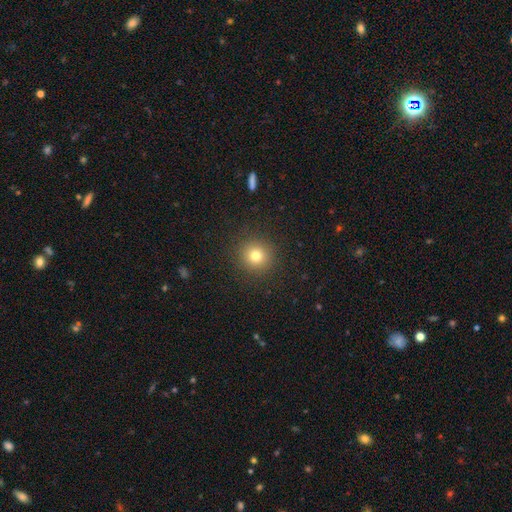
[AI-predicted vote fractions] smooth 78%, star or artifact 14%, featured or disk 8%. Down the decision tree: how rounded — round (93%); merging — none (90%).